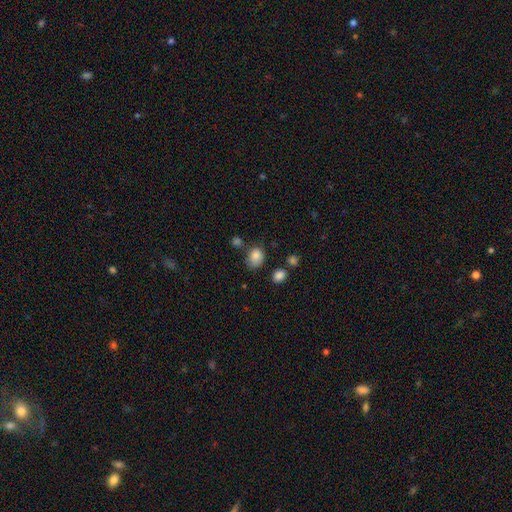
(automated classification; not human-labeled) smooth 84%, star or artifact 10%, featured or disk 6%. Down the decision tree: how rounded — in between (54%); merging — none (57%).